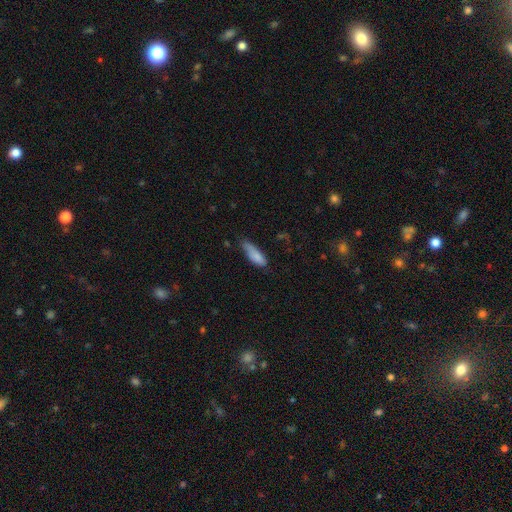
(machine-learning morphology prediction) A smooth galaxy with no disk features (82%) that is in between round and cigar-shaped (54%).

Vote fractions:
- Smooth or featured? smooth: 82% / featured or disk: 11% / star or artifact: 7%
- How rounded? in between: 54% / cigar-shaped: 44% / round: 2%
- Merging? none: 50% / minor disturbance: 37% / major disturbance: 10% / merger: 3%